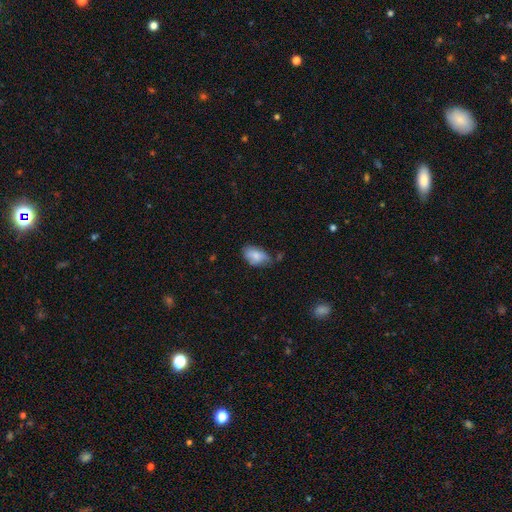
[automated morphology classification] smooth_or_featured: smooth (p=0.79) [alt: featured or disk p=0.13]
how_rounded: in between (p=0.91) [alt: round p=0.07]
merging: none (p=0.46) [alt: minor disturbance p=0.39]